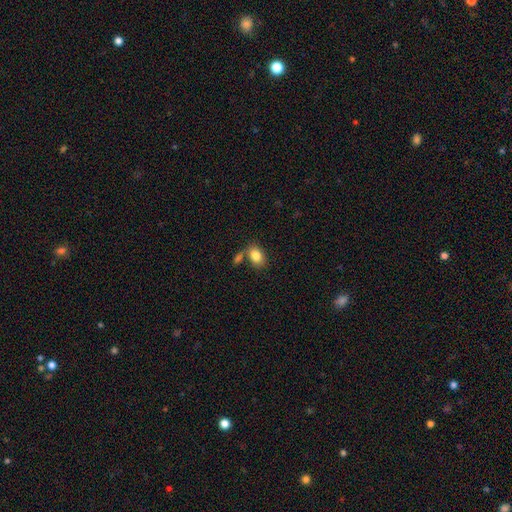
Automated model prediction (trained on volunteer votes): A smooth galaxy with no disk features (84%) that is in between round and cigar-shaped (83%).

Vote fractions:
- Smooth or featured? smooth: 84% / featured or disk: 8% / star or artifact: 8%
- How rounded? in between: 83% / round: 16% / cigar-shaped: 1%
- Merging? none: 62% / merger: 21% / minor disturbance: 13% / major disturbance: 4%